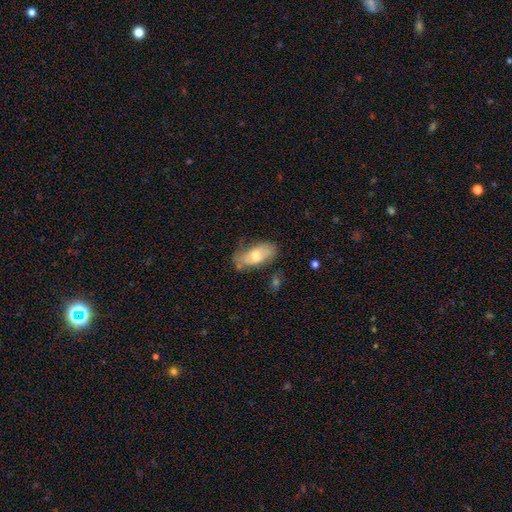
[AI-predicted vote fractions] Smooth or featured?
  - smooth: 55% *
  - featured or disk: 38%
  - star or artifact: 7%
How rounded?
  - in between: 88% *
  - cigar-shaped: 9%
  - round: 4%
Merging?
  - none: 55% *
  - minor disturbance: 29%
  - major disturbance: 10%
  - merger: 5%